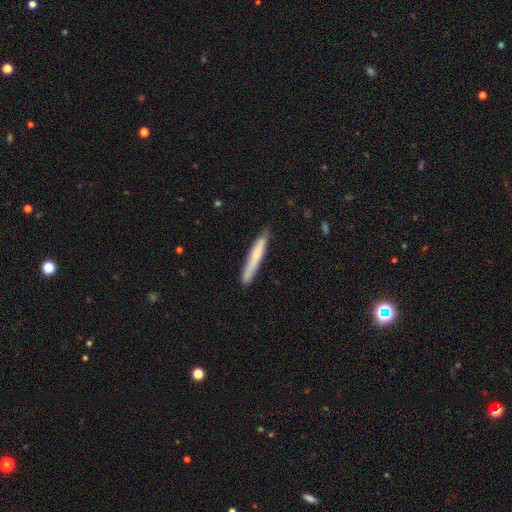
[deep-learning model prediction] smooth 66%, featured or disk 29%, star or artifact 6%. Down the decision tree: how rounded — cigar-shaped (96%); merging — none (80%).